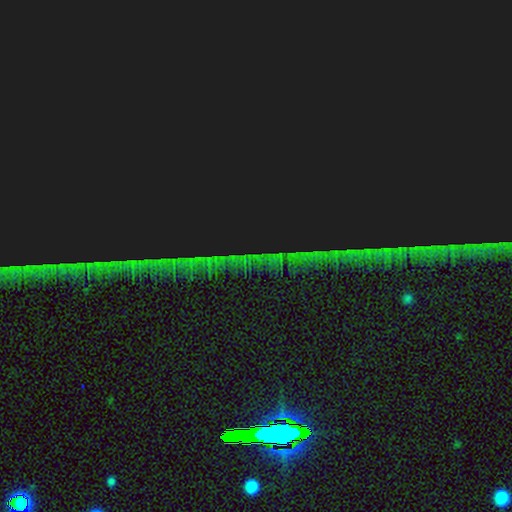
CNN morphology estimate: Q: Smooth or featured?
A: star or artifact (86%); runner-up: smooth (7%)